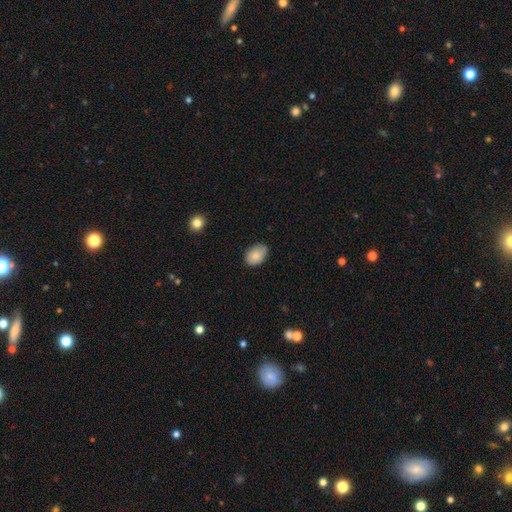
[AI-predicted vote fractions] This is clearly a smooth galaxy (86%). How rounded: clearly in between (81%). Merging: likely none (72%).